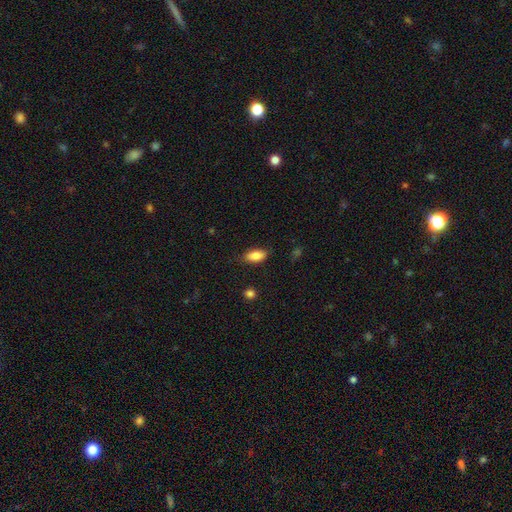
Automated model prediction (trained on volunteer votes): Smooth or featured? Predicted: smooth (p=0.84). How rounded? Predicted: in between (p=0.88). Merging? Predicted: none (p=0.81).